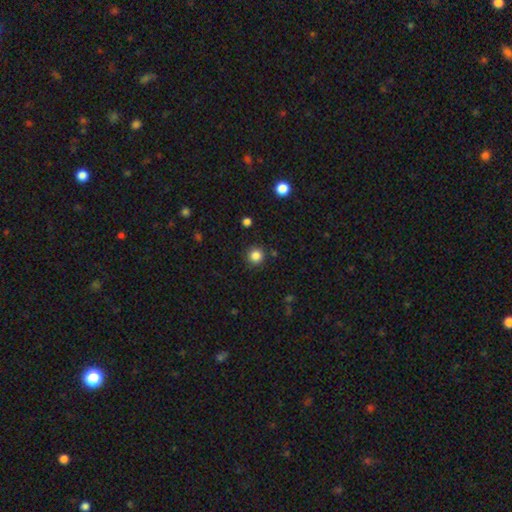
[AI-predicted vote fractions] Smooth or featured? Predicted: smooth (p=0.84). How rounded? Predicted: round (p=0.95). Merging? Predicted: none (p=0.90).